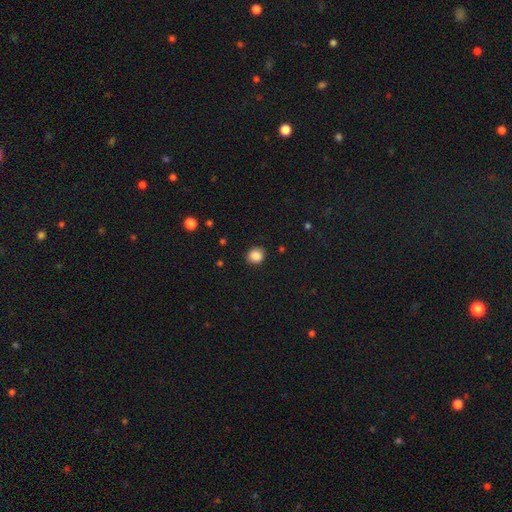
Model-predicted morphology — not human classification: Smooth or featured? Predicted: smooth (p=0.87). How rounded? Predicted: round (p=0.82). Merging? Predicted: none (p=0.86).